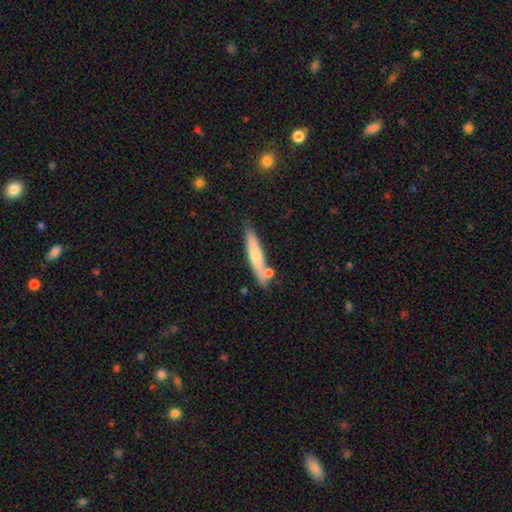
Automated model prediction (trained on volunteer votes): Smooth or featured?
  - smooth: 58% *
  - featured or disk: 36%
  - star or artifact: 6%
How rounded?
  - cigar-shaped: 88% *
  - in between: 11%
  - round: 2%
Merging?
  - none: 70% *
  - minor disturbance: 14%
  - merger: 13%
  - major disturbance: 3%